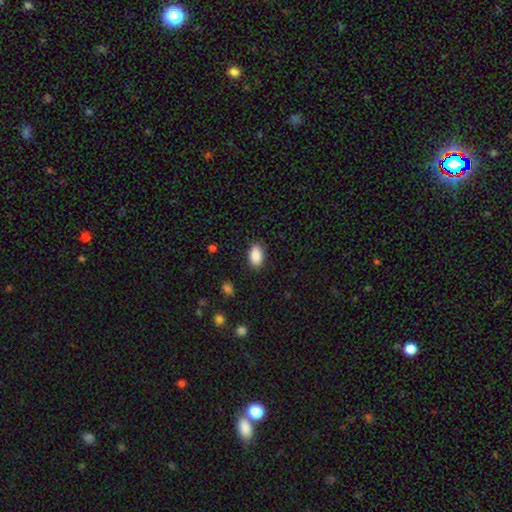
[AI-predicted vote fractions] This is clearly a smooth galaxy (89%). How rounded: clearly in between (92%). Merging: clearly none (87%).